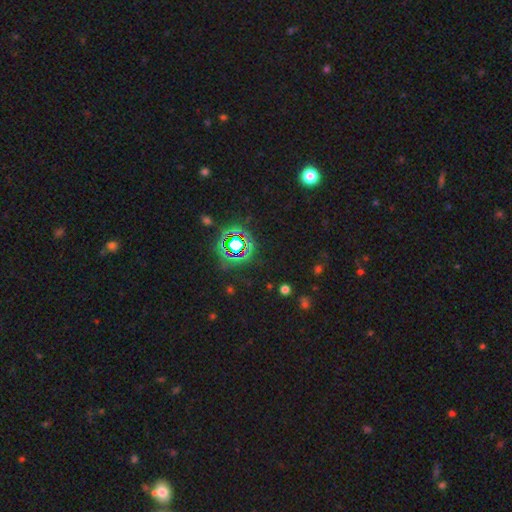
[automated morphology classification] Q: Smooth or featured?
A: star or artifact (72%); runner-up: smooth (16%)